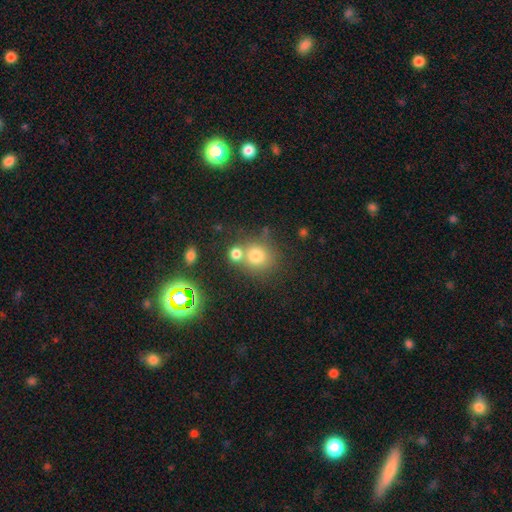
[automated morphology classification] A smooth galaxy with no disk features (74%) that is round (85%). Merging: none (53%).